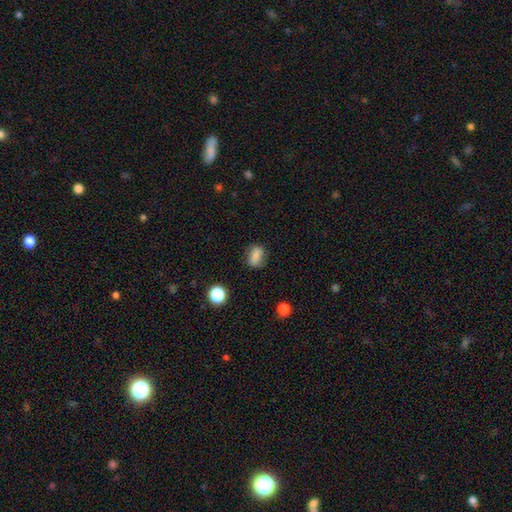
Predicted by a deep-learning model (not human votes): Smooth or featured? smooth (77%)
How rounded? in between (70%)
Merging? none (71%)